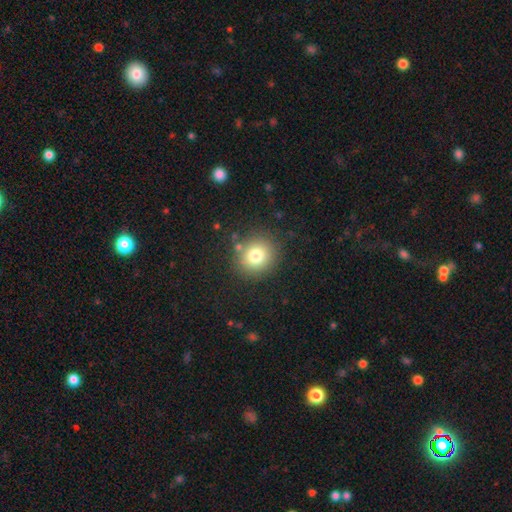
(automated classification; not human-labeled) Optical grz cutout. It shows a smooth galaxy with no disk features (77%) that is round (87%). Merging: none (85%).